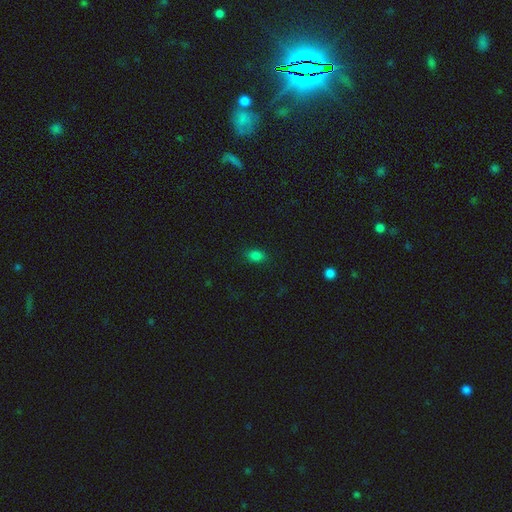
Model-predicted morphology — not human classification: Smooth or featured? smooth (82%)
How rounded? in between (85%)
Merging? none (84%)